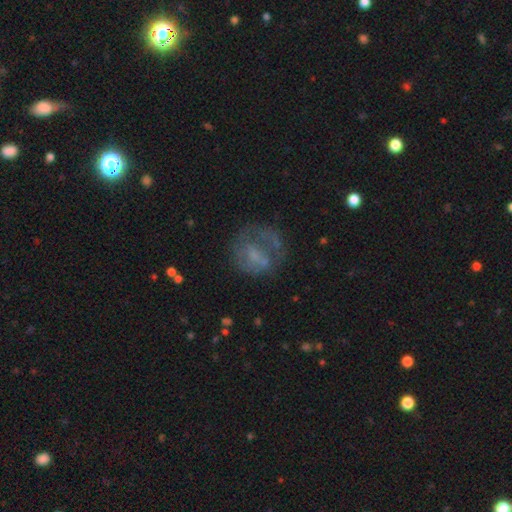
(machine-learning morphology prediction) Smooth or featured?
  - featured or disk: 49% *
  - smooth: 38%
  - star or artifact: 13%
Merging?
  - none: 47% *
  - major disturbance: 29%
  - minor disturbance: 20%
  - merger: 5%